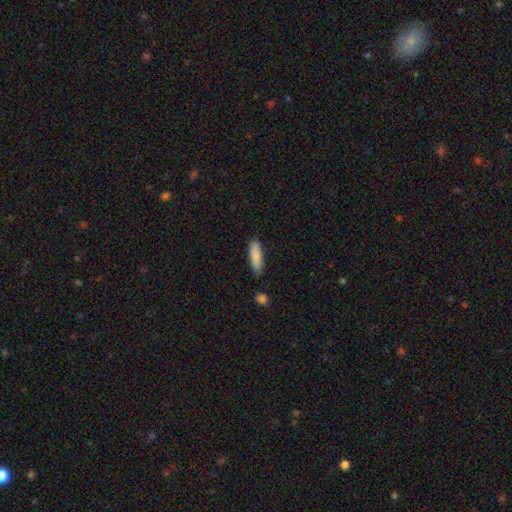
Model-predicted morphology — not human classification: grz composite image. It shows a smooth galaxy with no disk features (85%) that is cigar-shaped (54%). Merging: none (79%).